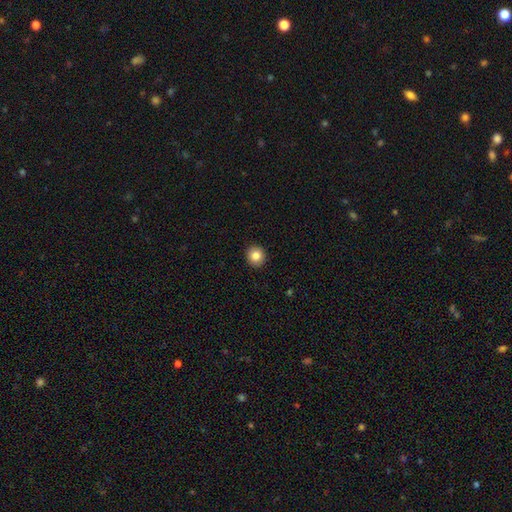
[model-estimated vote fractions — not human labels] Smooth or featured? Predicted: smooth (p=0.84). How rounded? Predicted: round (p=0.90). Merging? Predicted: none (p=0.93).